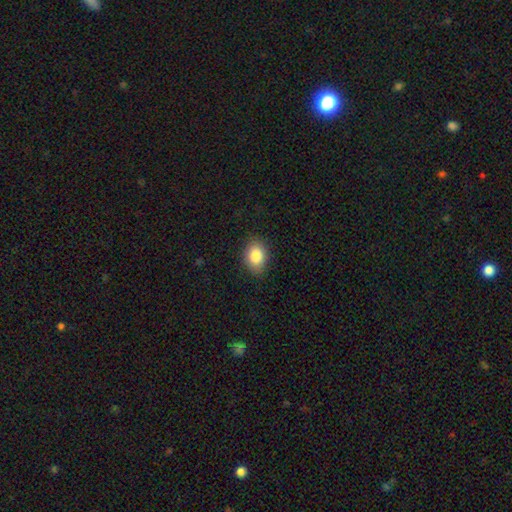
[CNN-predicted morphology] smooth 85%, star or artifact 8%, featured or disk 7%. Down the decision tree: how rounded — in between (75%); merging — none (85%).